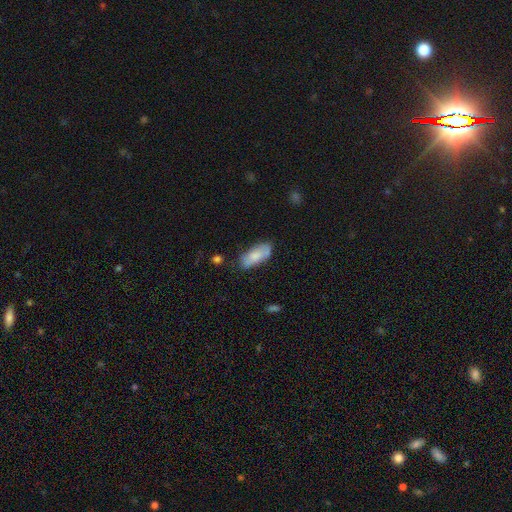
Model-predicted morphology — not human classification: Smooth or featured? smooth (67%)
How rounded? in between (85%)
Merging? none (65%)